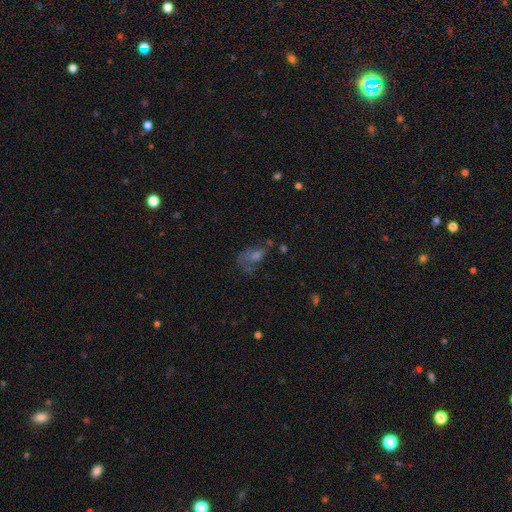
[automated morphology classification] smooth 40%, featured or disk 34%, star or artifact 25%. Down the decision tree: merging — major disturbance (42%).